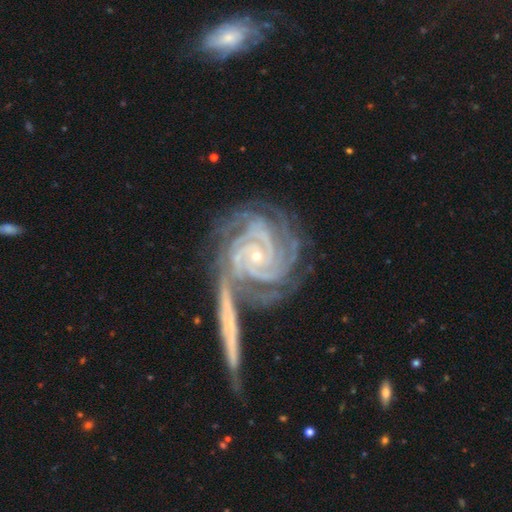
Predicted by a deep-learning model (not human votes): smooth-or-featured: featured or disk: 93% | star or artifact: 5% | smooth: 3%
  disk-edge-on: no: 97% | yes: 3%
    bar: no: 67% | weak: 19% | strong: 14%
    has-spiral-arms: yes: 99% | no: 1%
      spiral-winding: tight: 82% | medium: 15% | loose: 2%
      spiral-arm-count: 4: 31% | 3: 27% | 2: 13% | can't tell: 11% | more than 4: 11% | 1: 7%
    bulge-size: small: 82% | moderate: 15% | none: 1% | large: 1% | dominant: 1%
  merging: none: 45% | merger: 30% | minor disturbance: 17% | major disturbance: 9%